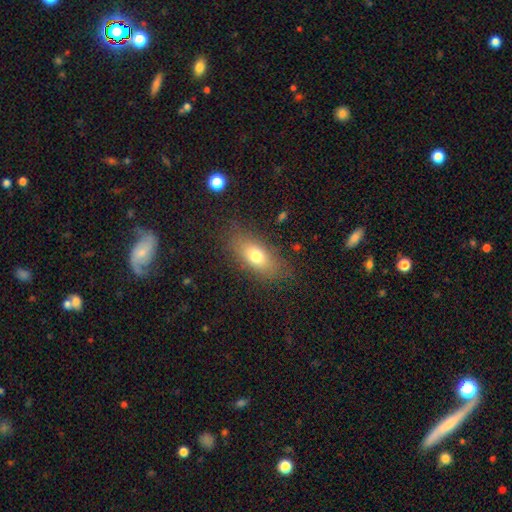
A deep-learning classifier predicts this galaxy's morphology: Smooth or featured? Predicted: smooth (p=0.73). How rounded? Predicted: in between (p=0.81). Merging? Predicted: none (p=0.80).